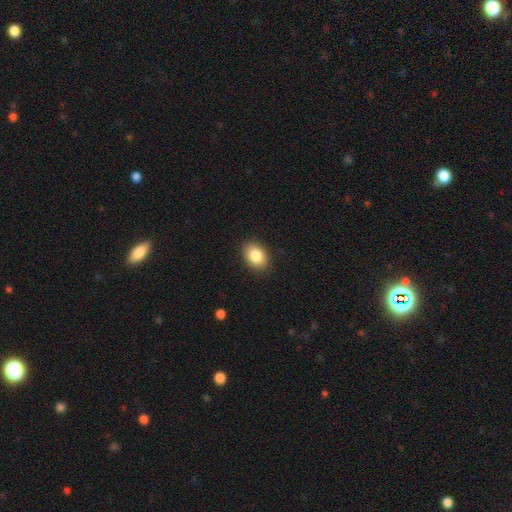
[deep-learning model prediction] Overall: smooth (86%). How rounded: in between (80%). Merging: none (89%).